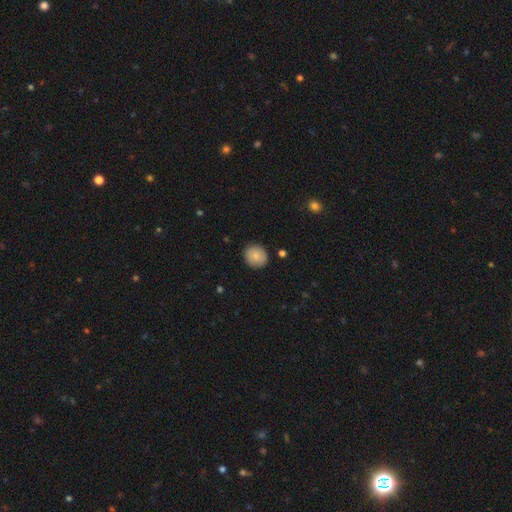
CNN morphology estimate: Smooth or featured: smooth — 80% (featured or disk — 12%)
How rounded: round — 83% (in between — 16%)
Merging: none — 87% (minor disturbance — 9%)